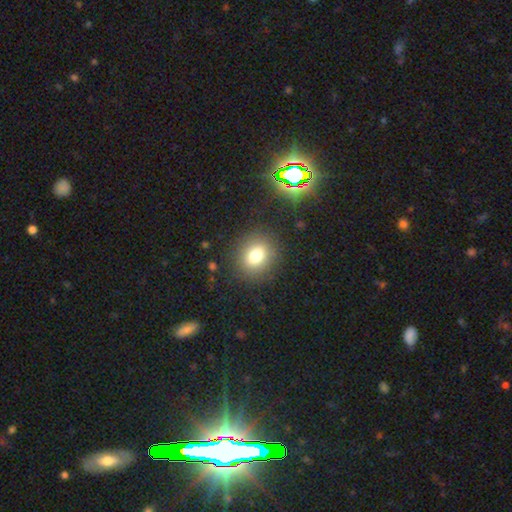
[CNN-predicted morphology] smooth-or-featured: smooth: 76% | star or artifact: 13% | featured or disk: 10%
  how-rounded: round: 60% | in between: 38% | cigar-shaped: 1%
  merging: none: 86% | minor disturbance: 8% | major disturbance: 4% | merger: 2%